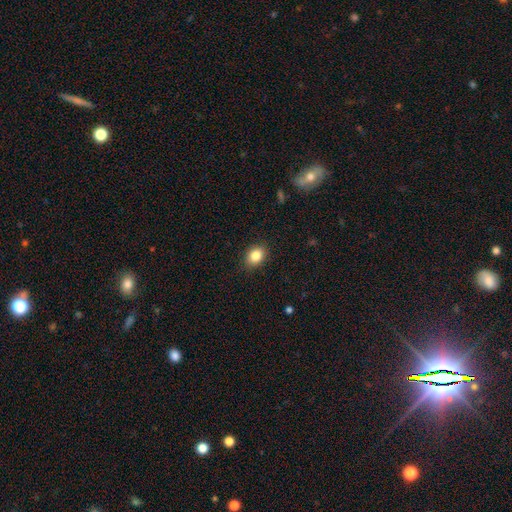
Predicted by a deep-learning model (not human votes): A smooth galaxy with no disk features (85%) that is in between round and cigar-shaped (65%).

Vote fractions:
- Smooth or featured? smooth: 85% / star or artifact: 9% / featured or disk: 6%
- How rounded? in between: 65% / round: 34% / cigar-shaped: 1%
- Merging? none: 87% / minor disturbance: 10% / major disturbance: 2% / merger: 1%